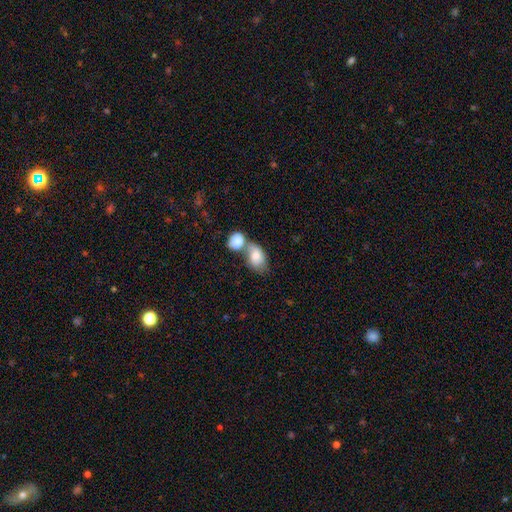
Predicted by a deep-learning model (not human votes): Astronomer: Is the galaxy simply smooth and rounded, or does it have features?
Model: smooth — 77%.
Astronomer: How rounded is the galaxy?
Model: in between — 82%.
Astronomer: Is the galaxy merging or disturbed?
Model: merger — 63%.